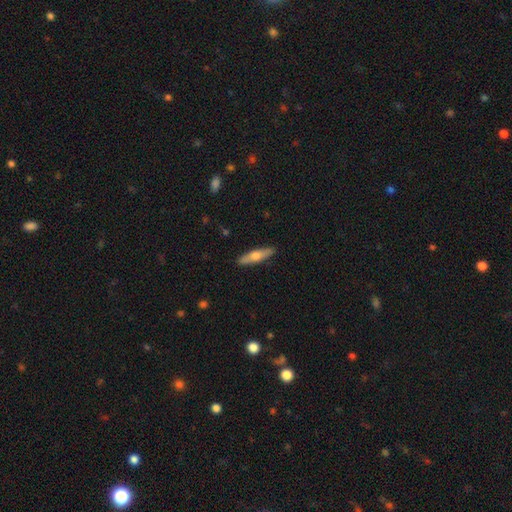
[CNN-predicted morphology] Q: Smooth or featured?
A: smooth (53%); runner-up: featured or disk (42%)
Q: How rounded?
A: cigar-shaped (78%); runner-up: in between (20%)
Q: Merging?
A: none (89%); runner-up: minor disturbance (8%)